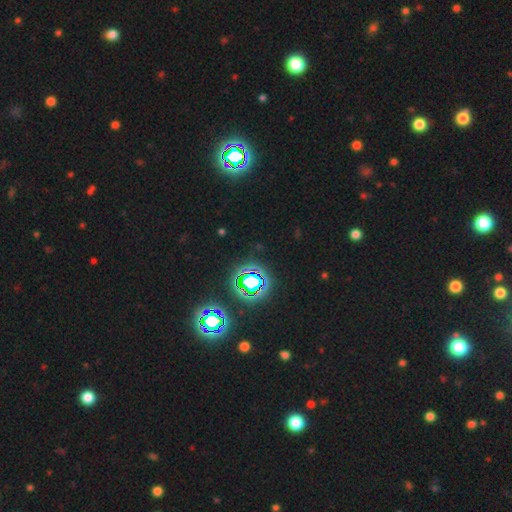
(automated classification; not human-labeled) A star or artifact, not a galaxy (80%).

Vote fractions:
- Smooth or featured? star or artifact: 80% / smooth: 13% / featured or disk: 7%